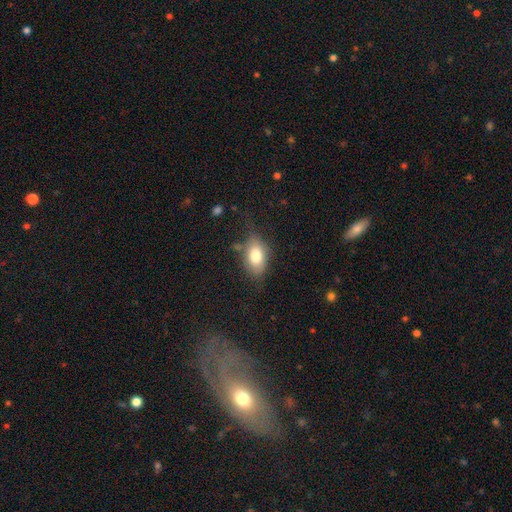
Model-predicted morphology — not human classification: Q: Smooth or featured?
A: smooth (79%); runner-up: featured or disk (14%)
Q: How rounded?
A: in between (88%); runner-up: round (10%)
Q: Merging?
A: none (63%); runner-up: minor disturbance (25%)